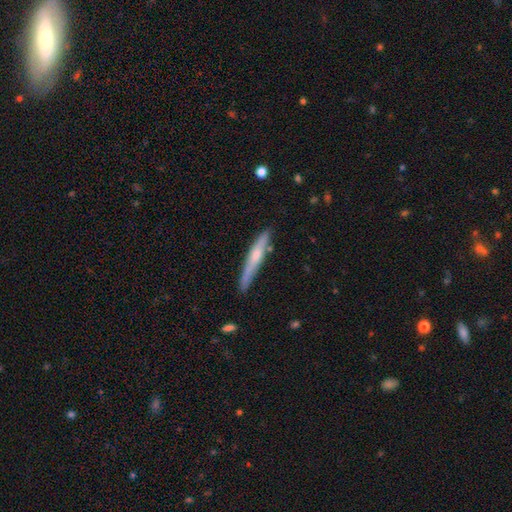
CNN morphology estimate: Smooth or featured: featured or disk — 50% (smooth — 44%)
Merging: none — 79% (minor disturbance — 15%)